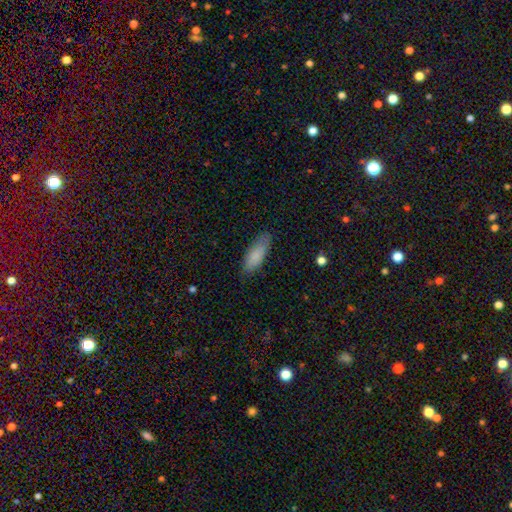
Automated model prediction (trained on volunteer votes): smooth-or-featured: smooth: 86% | featured or disk: 9% | star or artifact: 6%
  how-rounded: in between: 61% | cigar-shaped: 37% | round: 2%
  merging: none: 81% | minor disturbance: 15% | major disturbance: 3% | merger: 1%